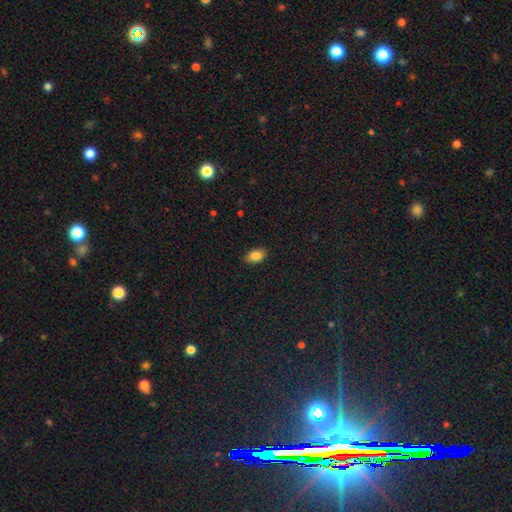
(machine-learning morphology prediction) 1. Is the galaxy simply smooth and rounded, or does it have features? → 86% smooth, 8% star or artifact, 6% featured or disk.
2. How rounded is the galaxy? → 90% in between, 9% round, 2% cigar-shaped.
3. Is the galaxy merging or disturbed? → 86% none, 11% minor disturbance, 2% major disturbance, 1% merger.